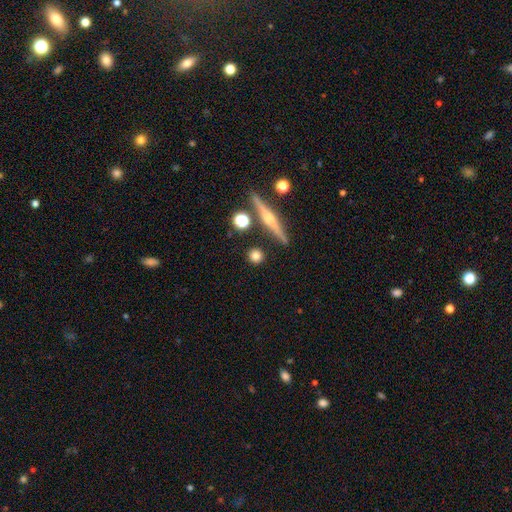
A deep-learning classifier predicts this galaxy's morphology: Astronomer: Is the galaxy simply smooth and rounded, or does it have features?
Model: smooth — 73%.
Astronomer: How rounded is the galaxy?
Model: round — 89%.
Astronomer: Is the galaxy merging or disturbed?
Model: none — 87%.